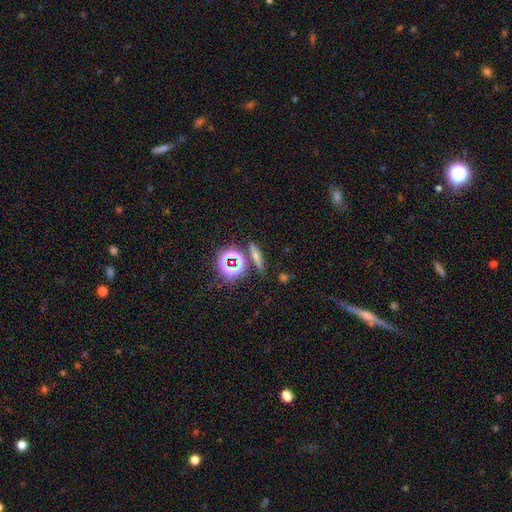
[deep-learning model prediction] This appears to be a smooth galaxy with no disk features (56%) that is cigar-shaped (65%). Merging: none (80%).